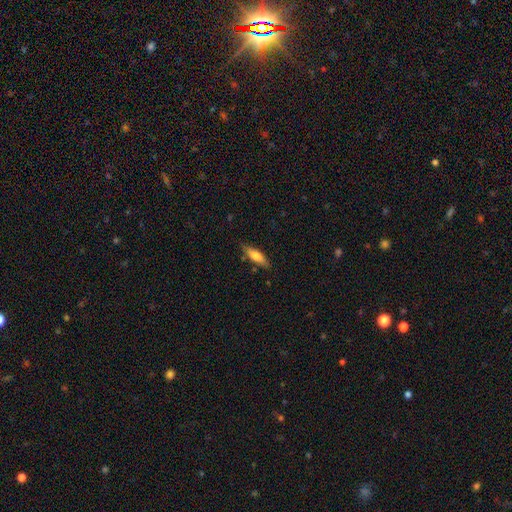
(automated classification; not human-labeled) smooth_or_featured: smooth (p=0.69) [alt: featured or disk p=0.25]
how_rounded: cigar-shaped (p=0.58) [alt: in between p=0.40]
merging: none (p=0.80) [alt: minor disturbance p=0.15]